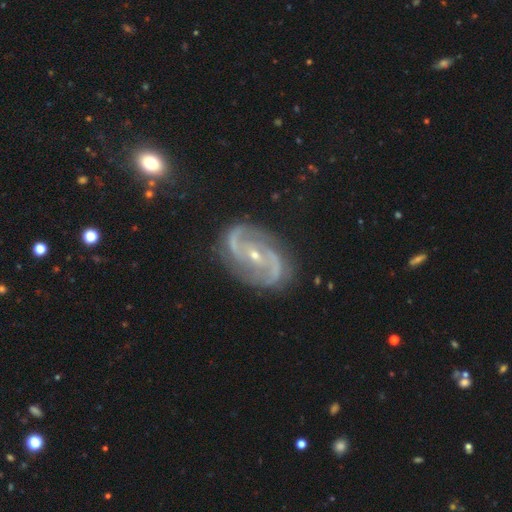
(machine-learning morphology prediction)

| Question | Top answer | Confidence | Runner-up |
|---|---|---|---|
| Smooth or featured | featured or disk | 91% | star or artifact (5%) |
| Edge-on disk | no | 97% | yes (3%) |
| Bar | no | 42% | weak (32%) |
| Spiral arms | yes | 98% | no (2%) |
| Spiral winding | medium | 53% | loose (25%) |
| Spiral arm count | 2 | 91% | 3 (2%) |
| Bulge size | small | 72% | moderate (25%) |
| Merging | none | 79% | minor disturbance (14%) |